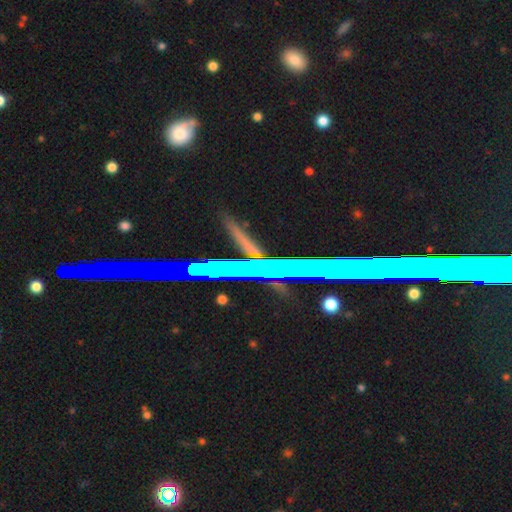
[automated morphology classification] Smooth or featured? star or artifact (61%)